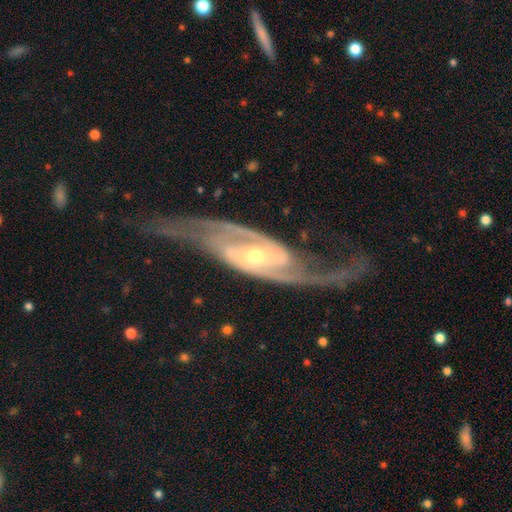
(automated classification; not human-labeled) Smooth or featured? Predicted: featured or disk (p=0.93). Edge-on disk? Predicted: no (p=0.94). Bar? Predicted: no (p=0.36, tied with weak). Spiral arms? Predicted: yes (p=0.98). Spiral winding? Predicted: medium (p=0.48). Spiral arm count? Predicted: 2 (p=0.92). Bulge size? Predicted: small (p=0.49). Merging? Predicted: none (p=0.72).